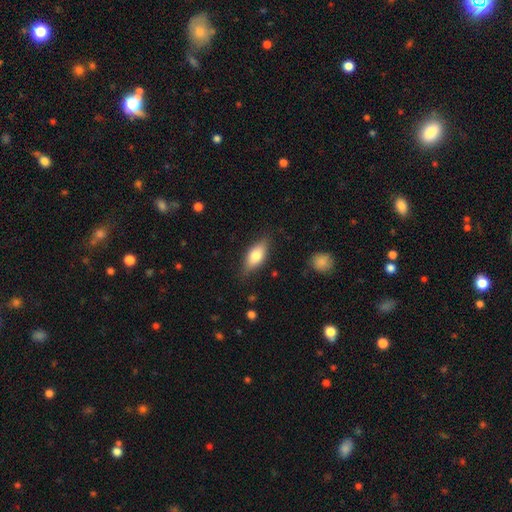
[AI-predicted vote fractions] smooth-or-featured: smooth: 71% | featured or disk: 22% | star or artifact: 7%
  how-rounded: in between: 81% | cigar-shaped: 15% | round: 3%
  merging: none: 80% | minor disturbance: 15% | major disturbance: 3% | merger: 1%